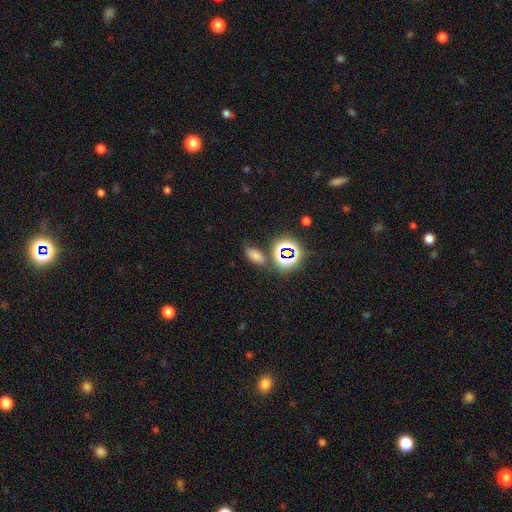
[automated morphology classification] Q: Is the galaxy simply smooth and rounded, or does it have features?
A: smooth — 64%.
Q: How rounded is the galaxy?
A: in between — 86%.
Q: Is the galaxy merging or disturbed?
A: none — 76%.